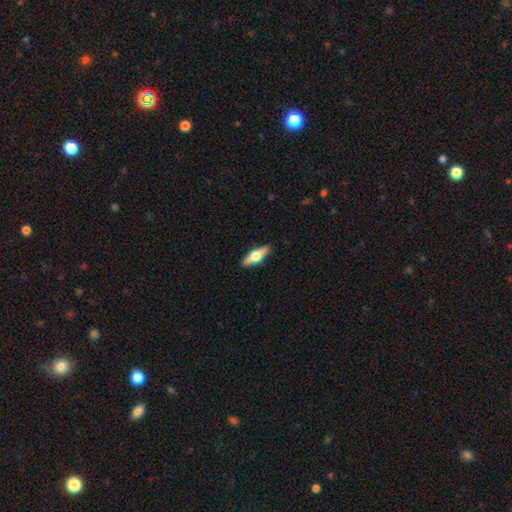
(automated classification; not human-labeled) Smooth or featured? Predicted: featured or disk (p=0.57). Edge-on disk? Predicted: yes (p=0.95). Edge-on bulge? Predicted: rounded (p=0.95). Merging? Predicted: none (p=0.90).